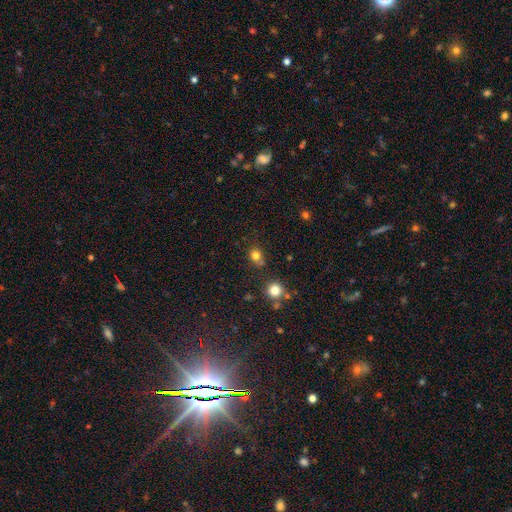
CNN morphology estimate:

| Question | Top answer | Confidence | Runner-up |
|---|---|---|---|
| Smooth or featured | smooth | 77% | star or artifact (16%) |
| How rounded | round | 78% | in between (21%) |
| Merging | none | 64% | merger (19%) |